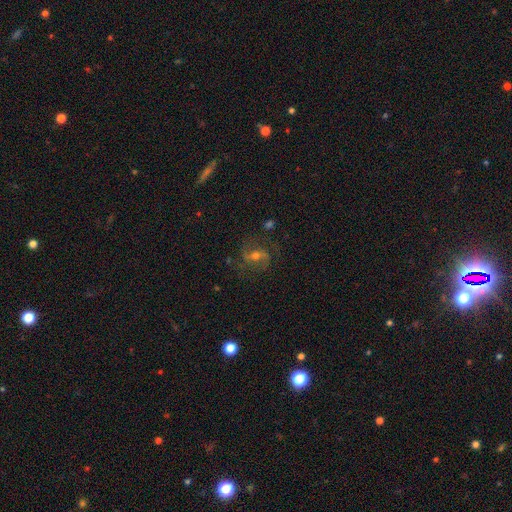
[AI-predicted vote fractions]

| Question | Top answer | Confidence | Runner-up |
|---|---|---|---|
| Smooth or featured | featured or disk | 76% | star or artifact (12%) |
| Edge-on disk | no | 97% | yes (3%) |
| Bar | weak | 45% | no (30%) |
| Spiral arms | yes | 94% | no (6%) |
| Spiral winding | medium | 52% | loose (31%) |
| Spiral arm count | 2 | 82% | can't tell (7%) |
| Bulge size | moderate | 56% | small (37%) |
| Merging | none | 74% | minor disturbance (15%) |